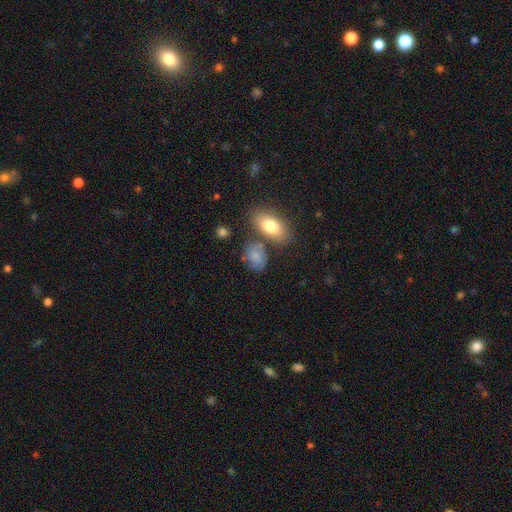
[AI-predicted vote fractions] Smooth or featured? Predicted: smooth (p=0.79). How rounded? Predicted: in between (p=0.80). Merging? Predicted: none (p=0.58).